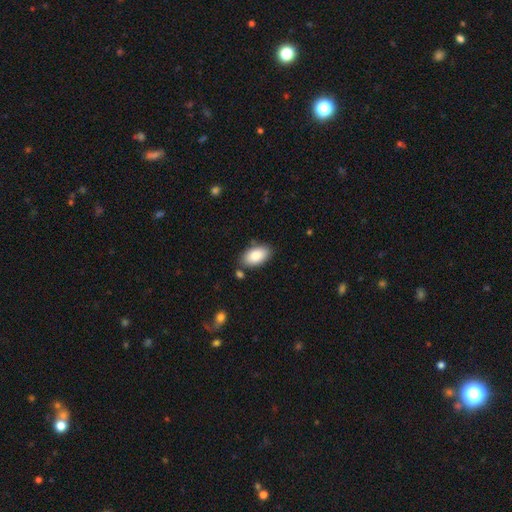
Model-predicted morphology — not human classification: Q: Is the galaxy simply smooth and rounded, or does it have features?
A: smooth — 86%.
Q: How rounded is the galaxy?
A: in between — 95%.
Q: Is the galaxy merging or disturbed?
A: none — 80%.